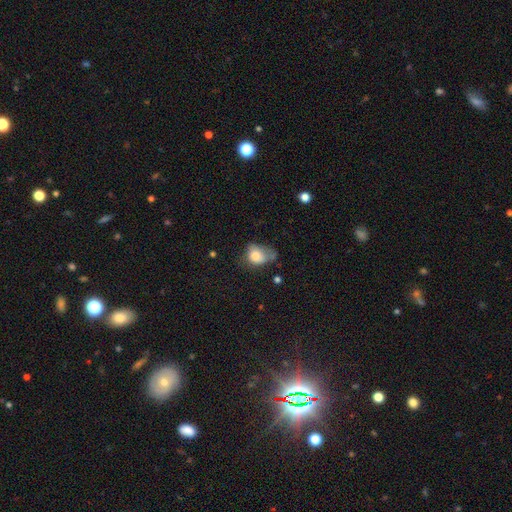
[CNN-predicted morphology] A smooth galaxy with no disk features (75%) that is in between round and cigar-shaped (60%).

Vote fractions:
- Smooth or featured? smooth: 75% / featured or disk: 15% / star or artifact: 10%
- How rounded? in between: 60% / round: 39% / cigar-shaped: 1%
- Merging? minor disturbance: 35% / major disturbance: 31% / none: 23% / merger: 10%